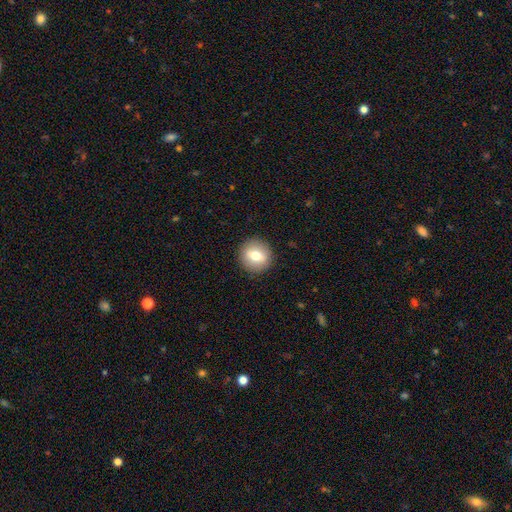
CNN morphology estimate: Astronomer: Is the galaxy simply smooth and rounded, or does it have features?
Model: smooth — 71%.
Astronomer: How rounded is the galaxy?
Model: round — 89%.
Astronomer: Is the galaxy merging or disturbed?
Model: none — 90%.